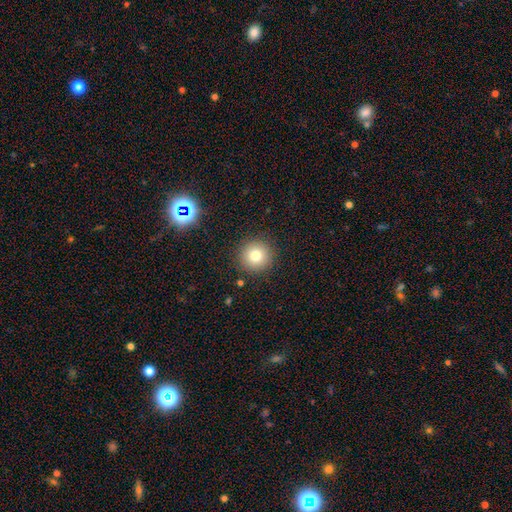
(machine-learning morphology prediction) Smooth or featured?
  - smooth: 78% *
  - star or artifact: 13%
  - featured or disk: 9%
How rounded?
  - round: 95% *
  - in between: 4%
  - cigar-shaped: 1%
Merging?
  - none: 90% *
  - minor disturbance: 6%
  - major disturbance: 2%
  - merger: 1%